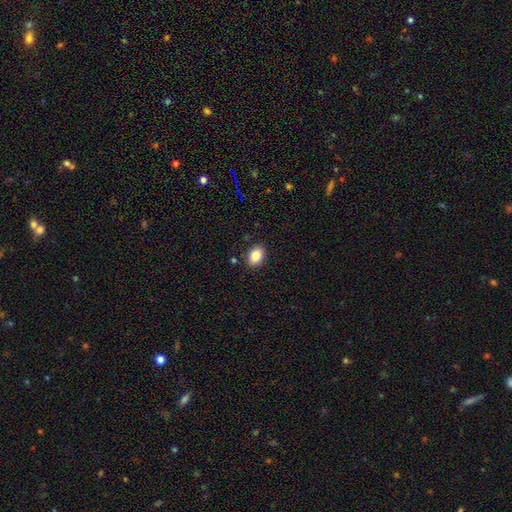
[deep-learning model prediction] This is clearly a smooth galaxy (85%). How rounded: likely in between (75%). Merging: clearly none (89%).